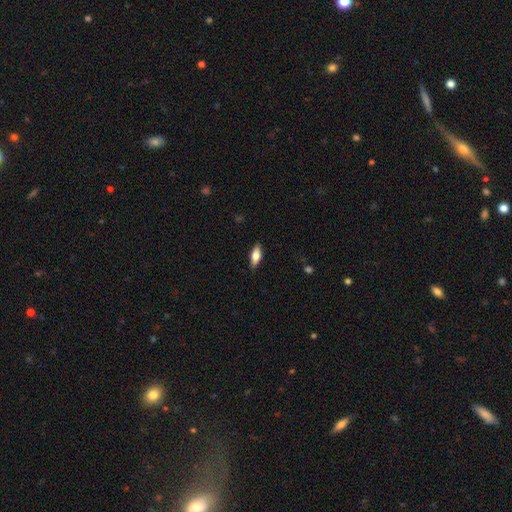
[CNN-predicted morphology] smooth-or-featured: smooth: 72% | featured or disk: 21% | star or artifact: 6%
  how-rounded: in between: 77% | cigar-shaped: 21% | round: 3%
  merging: none: 87% | minor disturbance: 10% | major disturbance: 2% | merger: 1%